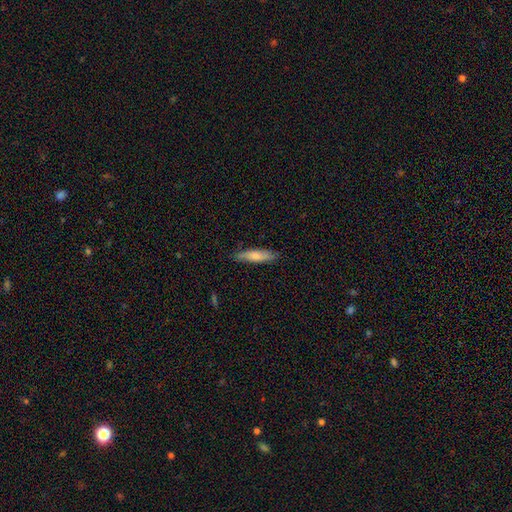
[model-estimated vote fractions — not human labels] Smooth or featured? Predicted: smooth (p=0.71). How rounded? Predicted: cigar-shaped (p=0.70). Merging? Predicted: none (p=0.79).